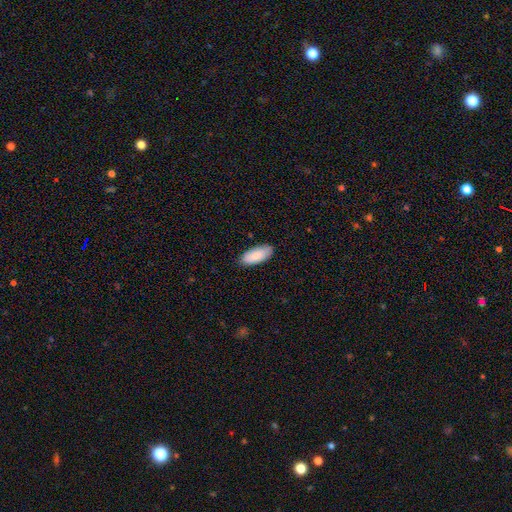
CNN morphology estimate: This is clearly a smooth galaxy (88%). How rounded: clearly in between (88%). Merging: clearly none (85%).